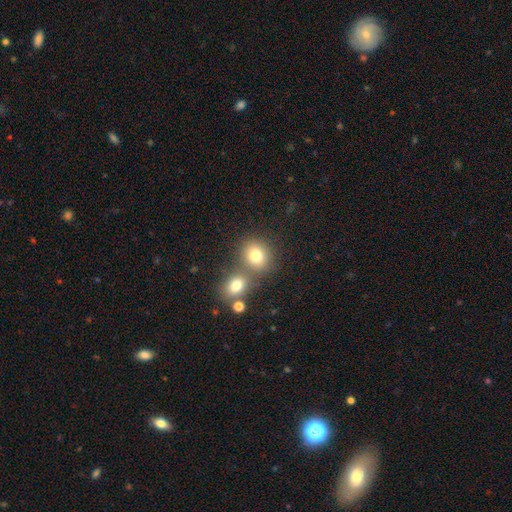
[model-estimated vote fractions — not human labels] This appears to be a smooth galaxy with no disk features (78%) that is round (77%). Merging: none (58%).